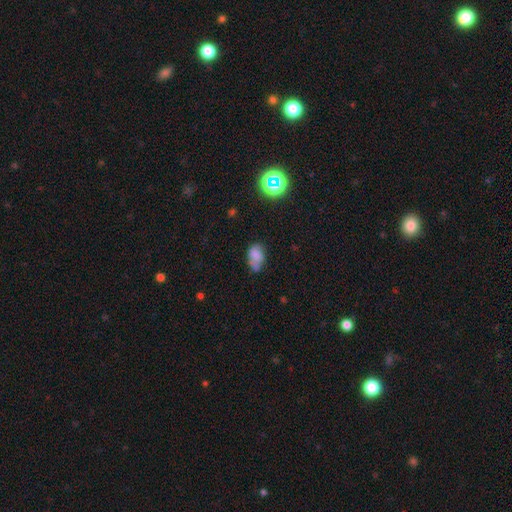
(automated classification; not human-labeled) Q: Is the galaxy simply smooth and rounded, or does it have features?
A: smooth — 72%.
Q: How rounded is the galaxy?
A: in between — 83%.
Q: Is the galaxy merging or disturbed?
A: none — 38%.